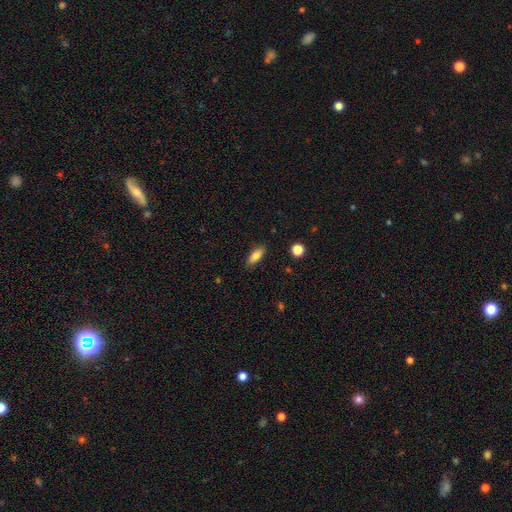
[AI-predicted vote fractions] Smooth or featured? Predicted: smooth (p=0.81). How rounded? Predicted: in between (p=0.74). Merging? Predicted: none (p=0.86).